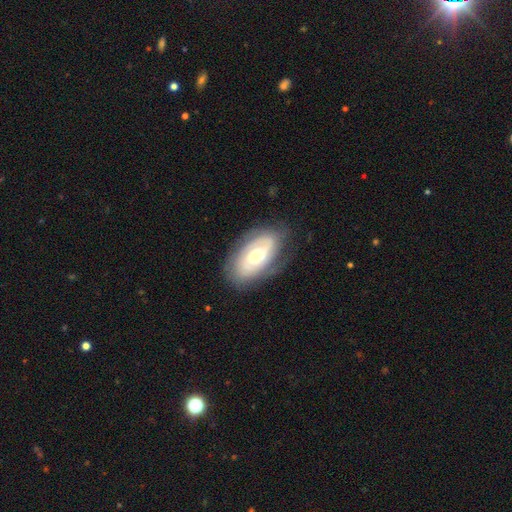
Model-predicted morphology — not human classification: Smooth or featured: featured or disk — 72% (smooth — 22%)
Edge-on disk: no — 95% (yes — 5%)
Bar: no — 61% (weak — 31%)
Spiral arms: yes — 86% (no — 14%)
Spiral winding: tight — 60% (medium — 30%)
Spiral arm count: 2 — 49% (can't tell — 31%)
Bulge size: moderate — 48% (large — 24%)
Merging: none — 73% (minor disturbance — 18%)